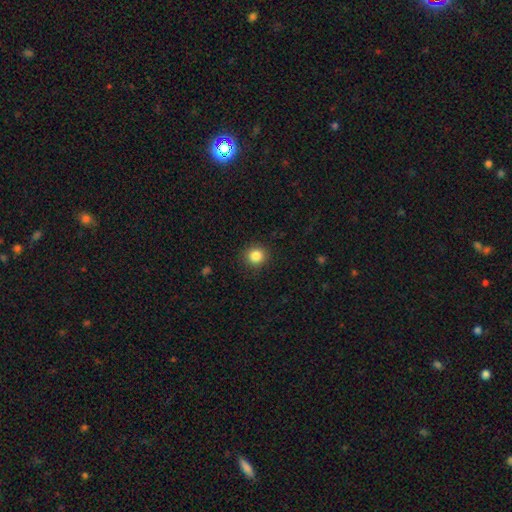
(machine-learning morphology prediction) smooth_or_featured: smooth (p=0.85) [alt: star or artifact p=0.11]
how_rounded: round (p=0.91) [alt: in between p=0.08]
merging: none (p=0.90) [alt: minor disturbance p=0.06]